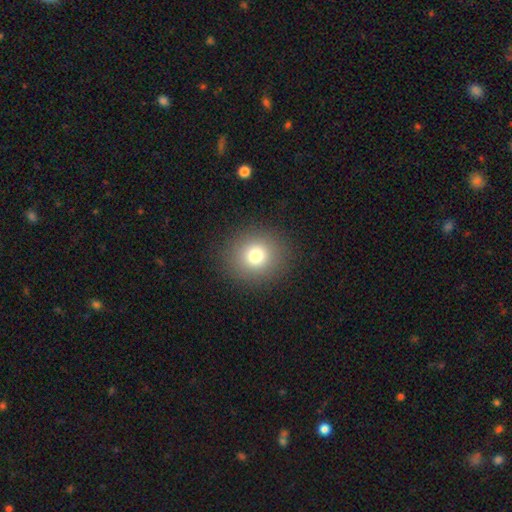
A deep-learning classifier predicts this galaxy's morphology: smooth_or_featured: smooth (p=0.76) [alt: star or artifact p=0.14]
how_rounded: round (p=0.87) [alt: in between p=0.12]
merging: none (p=0.90) [alt: minor disturbance p=0.06]